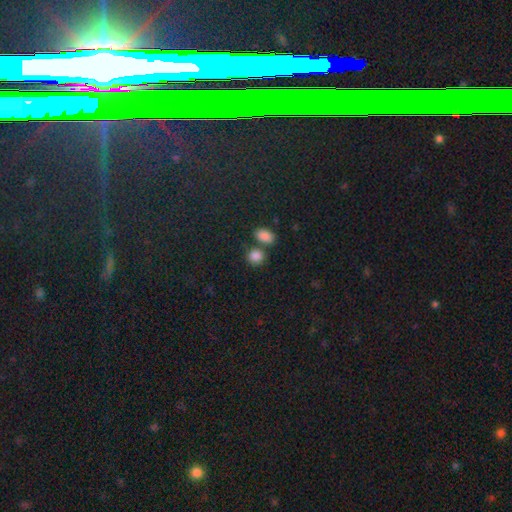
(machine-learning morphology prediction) smooth_or_featured: smooth (p=0.85) [alt: star or artifact p=0.11]
how_rounded: round (p=0.63) [alt: in between p=0.35]
merging: none (p=0.59) [alt: merger p=0.27]